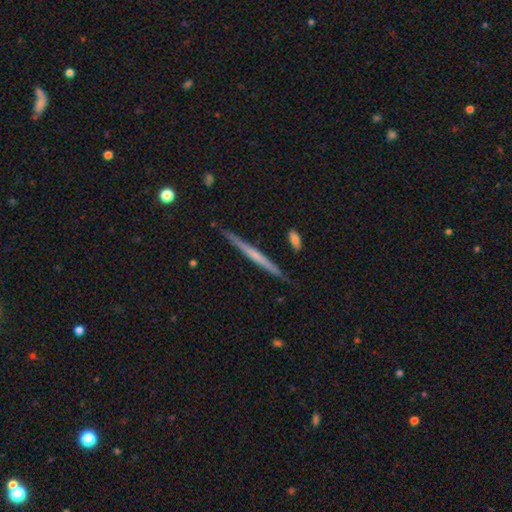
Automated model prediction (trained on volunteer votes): This appears to be a featured or disk galaxy (60%) viewed edge-on (98%) with no central bulge (71%). Merging: none (89%).